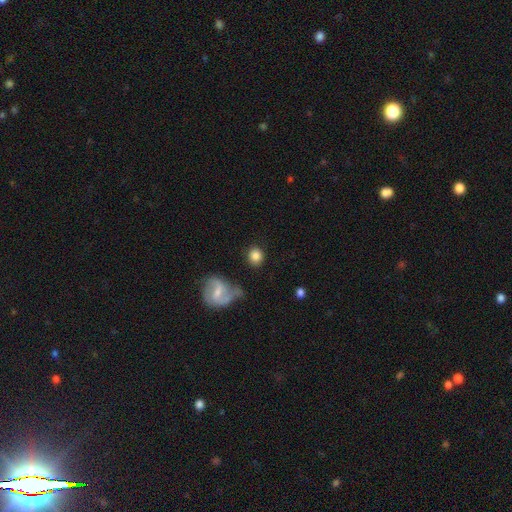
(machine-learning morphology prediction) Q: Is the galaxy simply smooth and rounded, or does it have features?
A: smooth — 80%.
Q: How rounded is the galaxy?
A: round — 81%.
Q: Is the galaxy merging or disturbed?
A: none — 78%.